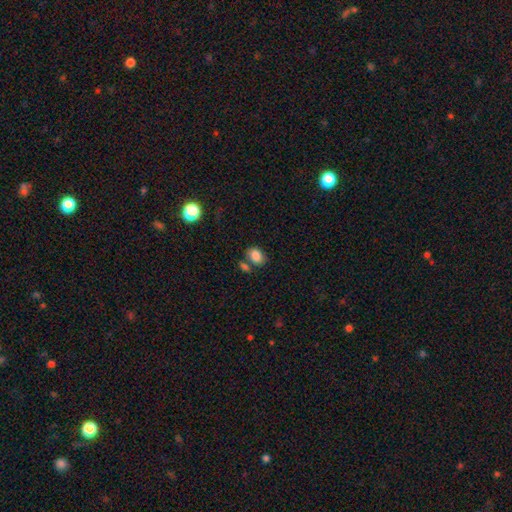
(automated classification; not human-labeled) Smooth or featured? Predicted: smooth (p=0.83). How rounded? Predicted: in between (p=0.73). Merging? Predicted: none (p=0.61).